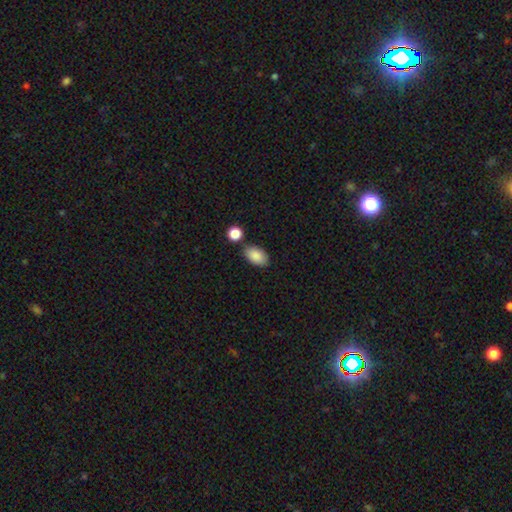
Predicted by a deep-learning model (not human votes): smooth-or-featured: smooth: 88% | star or artifact: 7% | featured or disk: 5%
  how-rounded: in between: 92% | round: 6% | cigar-shaped: 2%
  merging: none: 77% | minor disturbance: 12% | merger: 8% | major disturbance: 3%